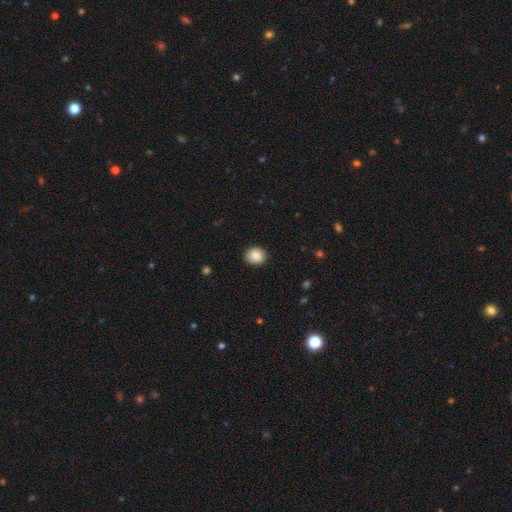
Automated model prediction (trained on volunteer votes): Morphology: type=smooth (86%); roundness=round (69%); merging=none (89%).